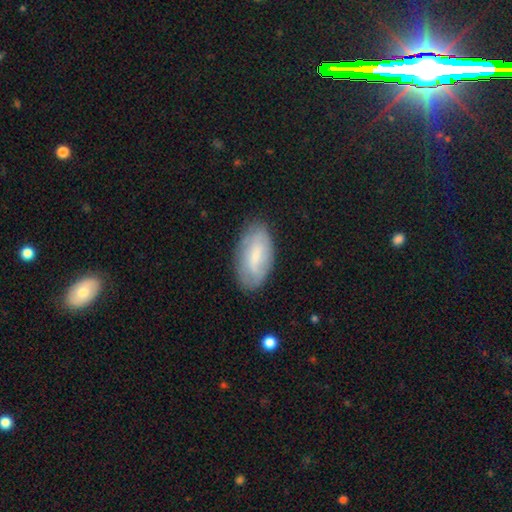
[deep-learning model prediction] Smooth or featured? Predicted: smooth (p=0.55). How rounded? Predicted: in between (p=0.93). Merging? Predicted: none (p=0.77).